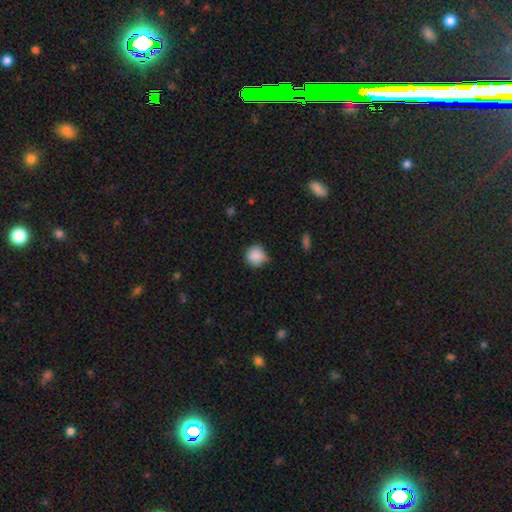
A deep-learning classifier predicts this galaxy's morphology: Overall: smooth (88%). How rounded: round (90%). Merging: none (69%).